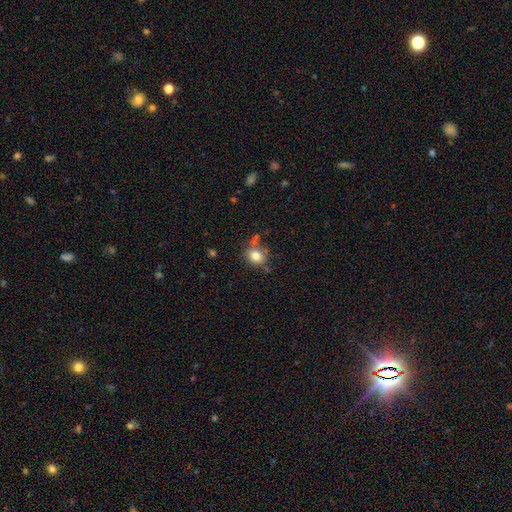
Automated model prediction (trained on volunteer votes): Smooth or featured: smooth — 80% (star or artifact — 11%)
How rounded: round — 62% (in between — 37%)
Merging: none — 65% (minor disturbance — 18%)